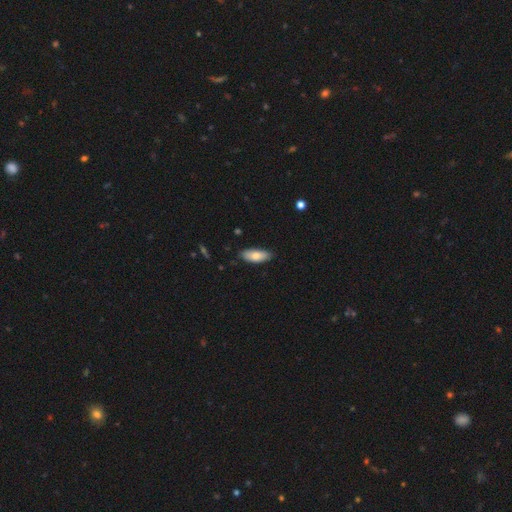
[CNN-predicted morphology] This appears to be a smooth galaxy with no disk features (78%) that is in between round and cigar-shaped (82%). Merging: none (81%).